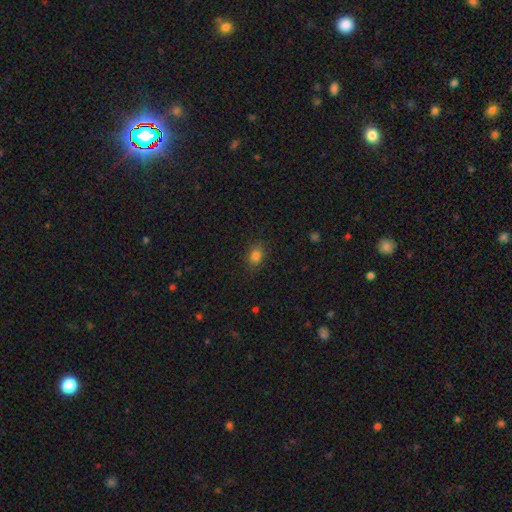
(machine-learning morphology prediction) smooth-or-featured: smooth: 81% | star or artifact: 14% | featured or disk: 5%
  how-rounded: in between: 66% | round: 33% | cigar-shaped: 1%
  merging: none: 83% | minor disturbance: 12% | major disturbance: 3% | merger: 1%